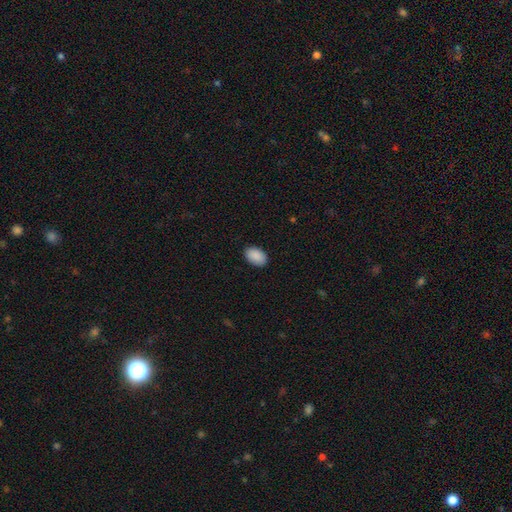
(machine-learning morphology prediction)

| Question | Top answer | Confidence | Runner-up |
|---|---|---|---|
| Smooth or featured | smooth | 91% | star or artifact (7%) |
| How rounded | in between | 89% | round (10%) |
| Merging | none | 89% | minor disturbance (8%) |